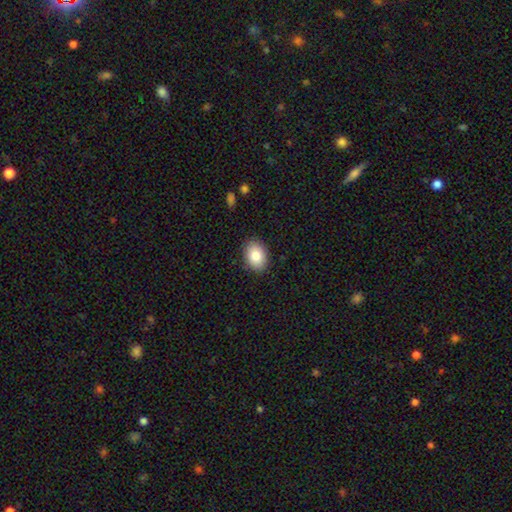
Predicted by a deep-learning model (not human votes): A smooth galaxy with no disk features (84%) that is in between round and cigar-shaped (80%).

Vote fractions:
- Smooth or featured? smooth: 84% / featured or disk: 9% / star or artifact: 7%
- How rounded? in between: 80% / round: 19% / cigar-shaped: 1%
- Merging? none: 88% / minor disturbance: 9% / major disturbance: 2% / merger: 1%